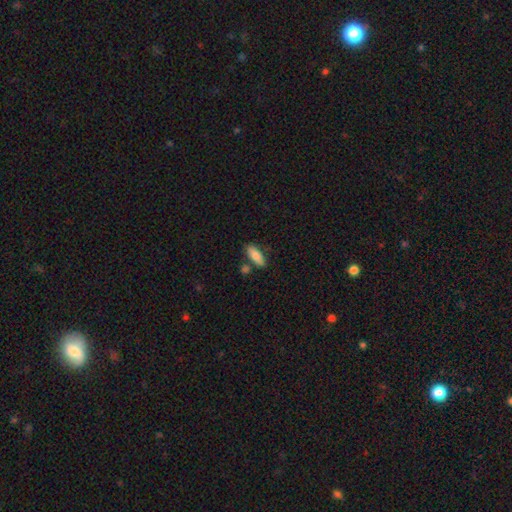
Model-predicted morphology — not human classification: Q: Smooth or featured?
A: smooth (82%); runner-up: featured or disk (12%)
Q: How rounded?
A: in between (69%); runner-up: cigar-shaped (28%)
Q: Merging?
A: none (74%); runner-up: minor disturbance (13%)